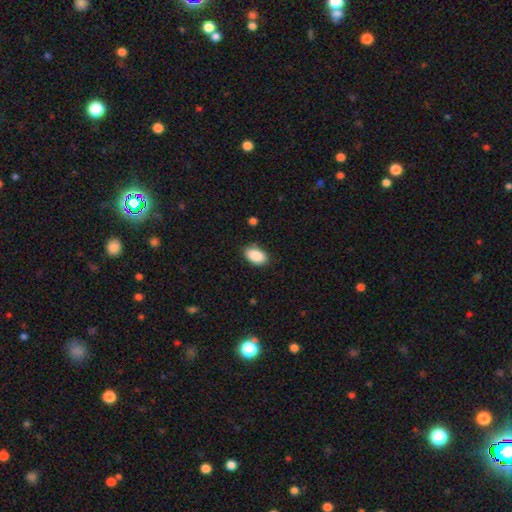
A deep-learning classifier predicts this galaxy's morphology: The model was most divided on "merging": none: 84%, minor disturbance: 13%, major disturbance: 3%, merger: 1%. More confident: how rounded — in between (92%); smooth or featured — smooth (89%).